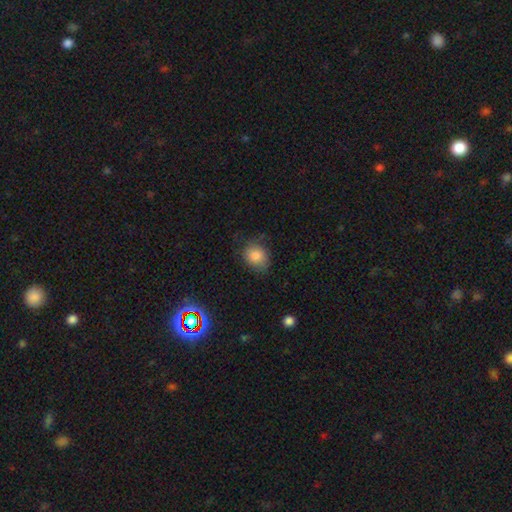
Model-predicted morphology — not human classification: This appears to be a smooth galaxy with no disk features (83%) that is round (57%). Merging: none (69%).